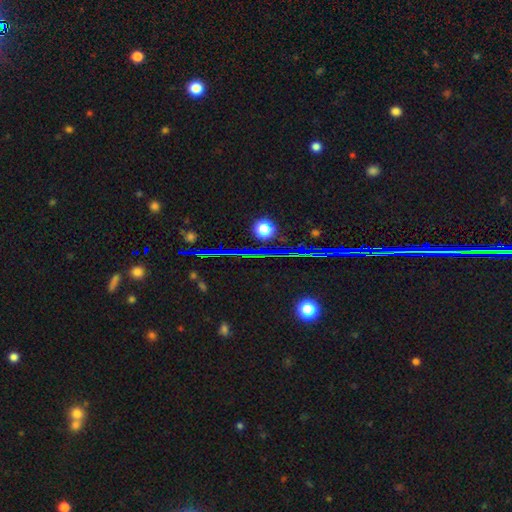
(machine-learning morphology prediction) This is likely a star or artifact rather than a galaxy (78%).